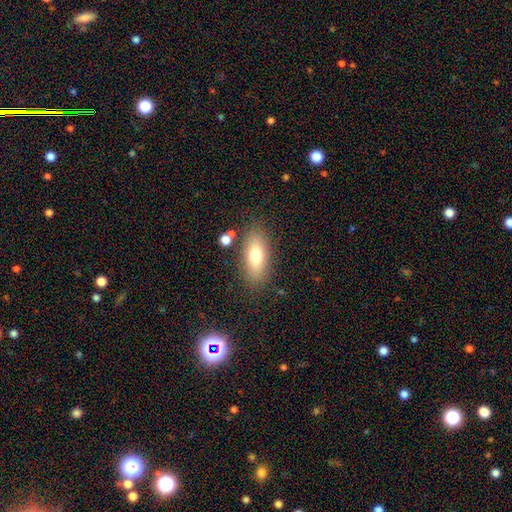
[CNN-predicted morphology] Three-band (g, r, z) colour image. It shows a smooth galaxy with no disk features (72%) that is in between round and cigar-shaped (81%). Merging: none (80%).